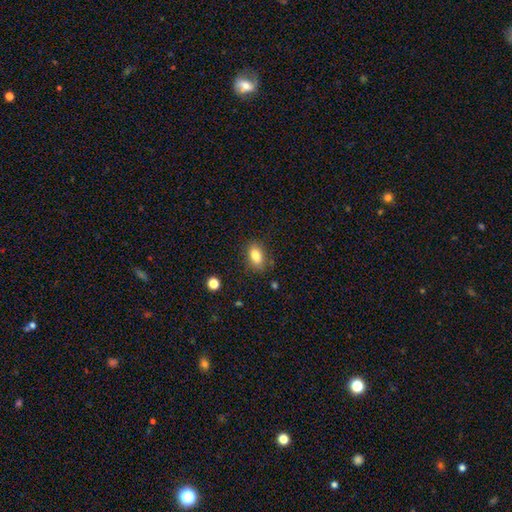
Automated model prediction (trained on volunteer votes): Smooth or featured?
  - smooth: 83% *
  - star or artifact: 9%
  - featured or disk: 8%
How rounded?
  - in between: 87% *
  - round: 9%
  - cigar-shaped: 4%
Merging?
  - none: 82% *
  - minor disturbance: 13%
  - major disturbance: 3%
  - merger: 2%